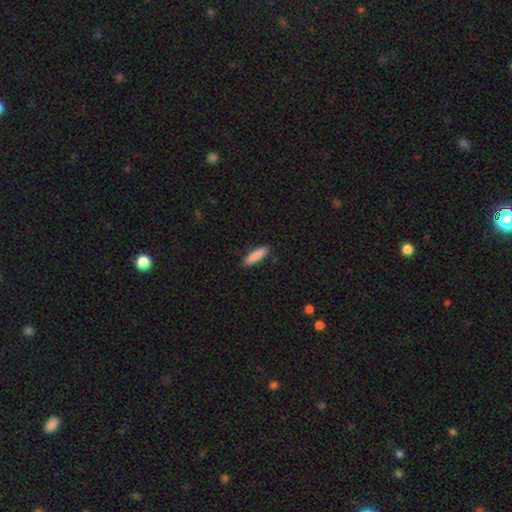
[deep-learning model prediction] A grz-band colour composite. It shows a smooth galaxy with no disk features (87%) that is cigar-shaped (74%). Merging: none (87%).